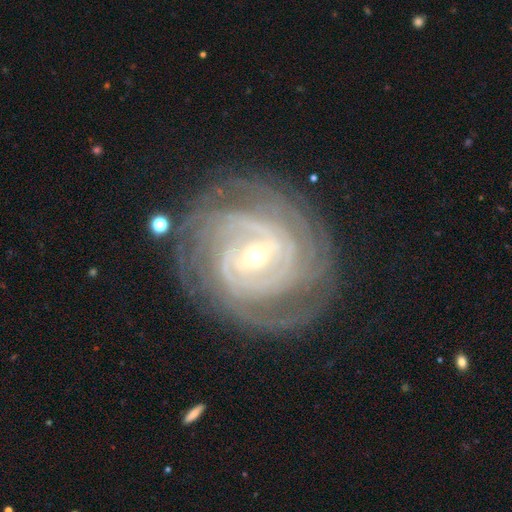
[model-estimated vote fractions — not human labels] The model was most divided on "spiral arm count": 4: 30%, can't tell: 22%, 3: 16%, more than 4: 13%, 2: 12%, 1: 7%. Remaining: spiral arms — yes (98%); edge-on disk — no (97%); smooth or featured — featured or disk (91%); merging — none (82%); spiral winding — tight (79%); bulge size — small (69%); bar — weak (45%).